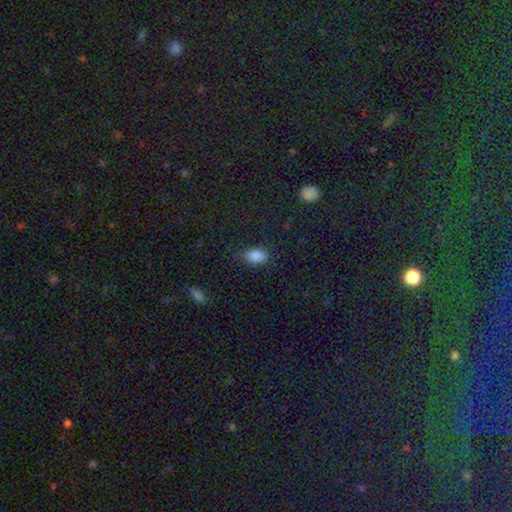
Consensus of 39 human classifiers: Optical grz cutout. It shows a smooth galaxy with no disk features (87%) that is in between round and cigar-shaped (82%). Merging: none (83%).